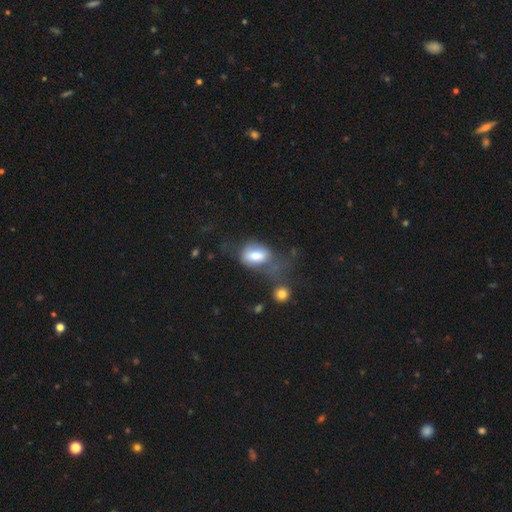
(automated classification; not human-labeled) The model was most divided on "merging": major disturbance: 38%, none: 26%, minor disturbance: 22%, merger: 14%. More confident: how rounded — in between (83%); smooth or featured — smooth (73%).